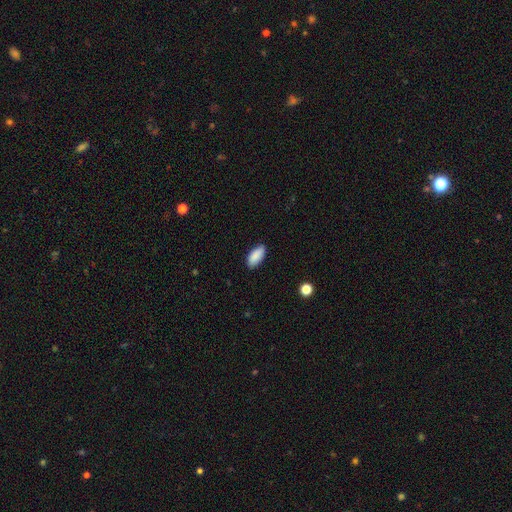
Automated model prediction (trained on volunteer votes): smooth 89%, star or artifact 6%, featured or disk 4%. Down the decision tree: how rounded — in between (90%); merging — none (87%).